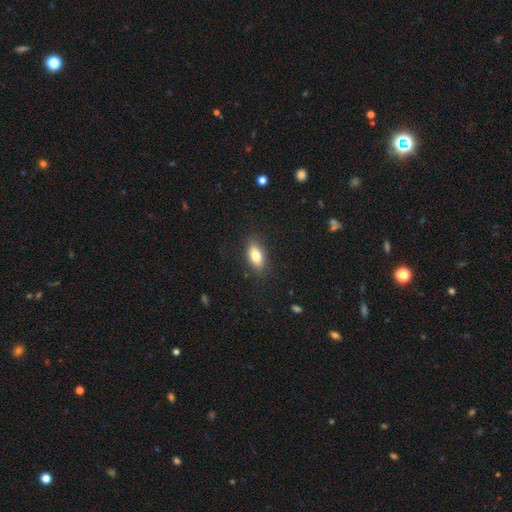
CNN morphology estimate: Overall: smooth (80%). How rounded: in between (86%). Merging: none (86%).